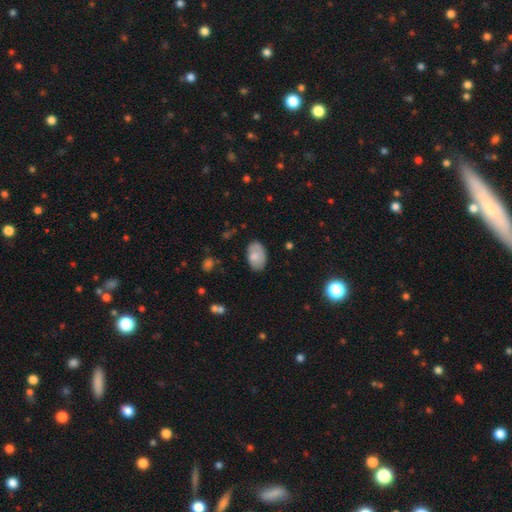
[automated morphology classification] Smooth or featured?
  - smooth: 77% *
  - featured or disk: 16%
  - star or artifact: 7%
How rounded?
  - in between: 92% *
  - round: 7%
  - cigar-shaped: 1%
Merging?
  - none: 76% *
  - minor disturbance: 19%
  - major disturbance: 4%
  - merger: 2%